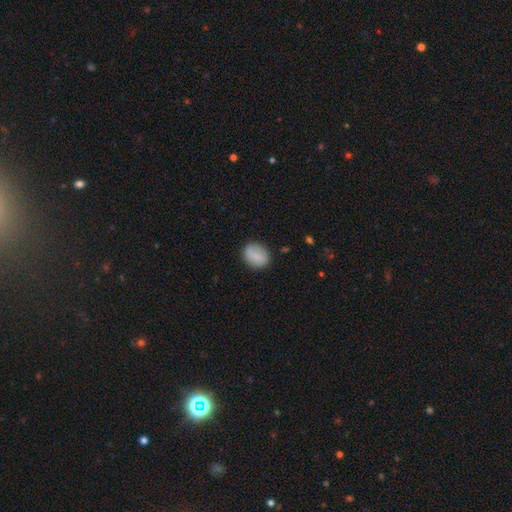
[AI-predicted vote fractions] smooth 82%, featured or disk 11%, star or artifact 7%. Down the decision tree: how rounded — in between (52%); merging — none (84%).